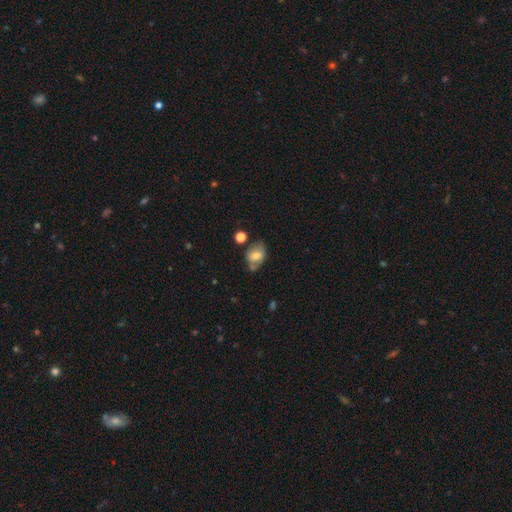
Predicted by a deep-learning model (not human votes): smooth-or-featured: smooth: 66% | featured or disk: 25% | star or artifact: 9%
  how-rounded: in between: 68% | round: 30% | cigar-shaped: 1%
  merging: none: 53% | minor disturbance: 25% | merger: 15% | major disturbance: 8%